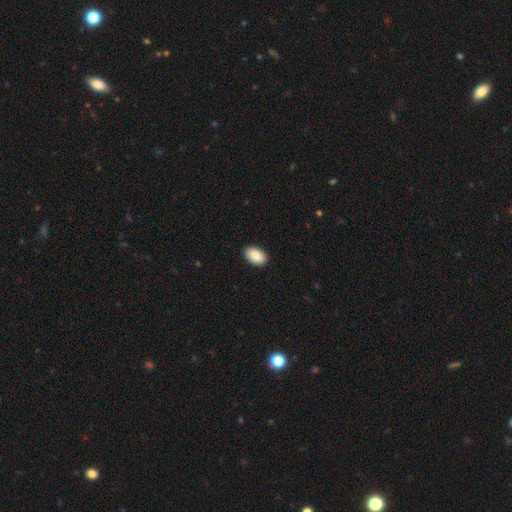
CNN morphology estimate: Smooth or featured: smooth — 86% (featured or disk — 8%)
How rounded: in between — 91% (round — 8%)
Merging: none — 91% (minor disturbance — 7%)